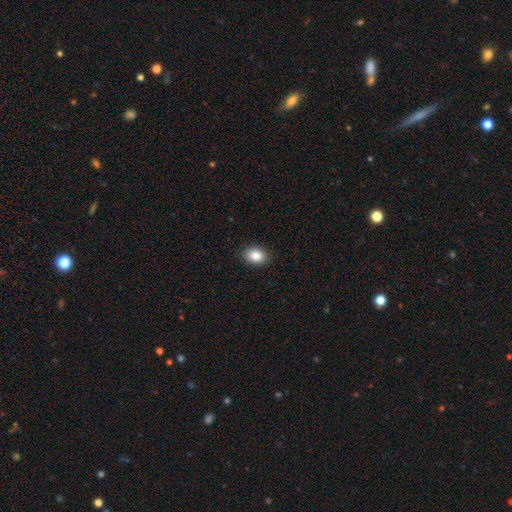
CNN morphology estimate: This appears to be a smooth galaxy with no disk features (86%) that is in between round and cigar-shaped (70%). Merging: none (89%).